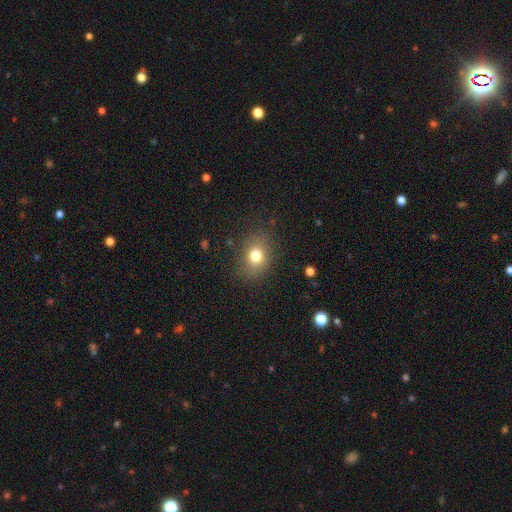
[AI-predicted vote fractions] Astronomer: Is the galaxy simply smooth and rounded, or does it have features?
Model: smooth — 77%.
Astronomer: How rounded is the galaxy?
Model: in between — 53% (runner-up: round, 45%).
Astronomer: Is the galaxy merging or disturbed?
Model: none — 82%.